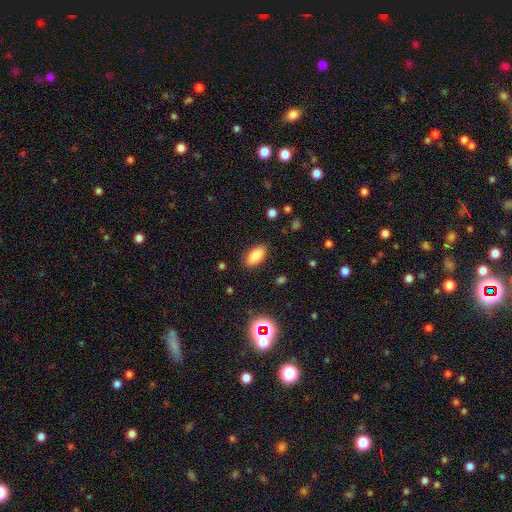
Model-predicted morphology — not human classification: Smooth or featured: smooth — 84% (star or artifact — 9%)
How rounded: in between — 92% (cigar-shaped — 4%)
Merging: none — 86% (minor disturbance — 10%)